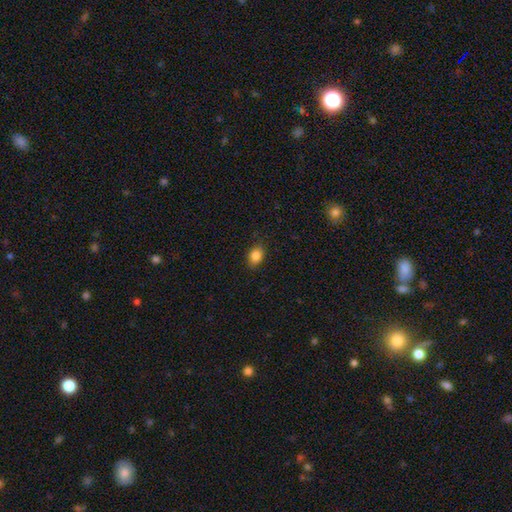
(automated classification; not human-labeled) This appears to be a smooth galaxy with no disk features (85%) that is in between round and cigar-shaped (70%). Merging: none (84%).